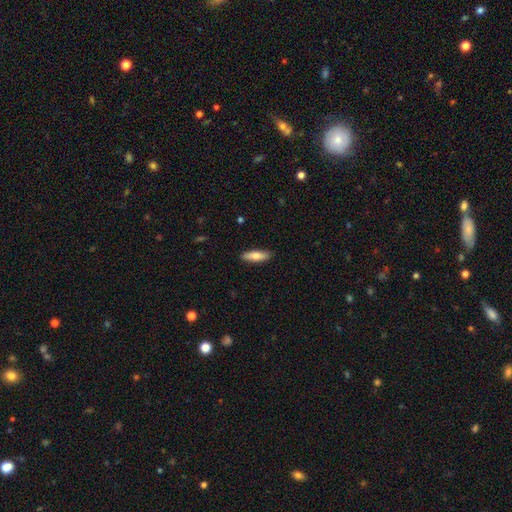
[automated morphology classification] Smooth or featured?
  - smooth: 75% *
  - featured or disk: 19%
  - star or artifact: 6%
How rounded?
  - cigar-shaped: 58% *
  - in between: 40%
  - round: 2%
Merging?
  - none: 88% *
  - minor disturbance: 9%
  - major disturbance: 2%
  - merger: 1%